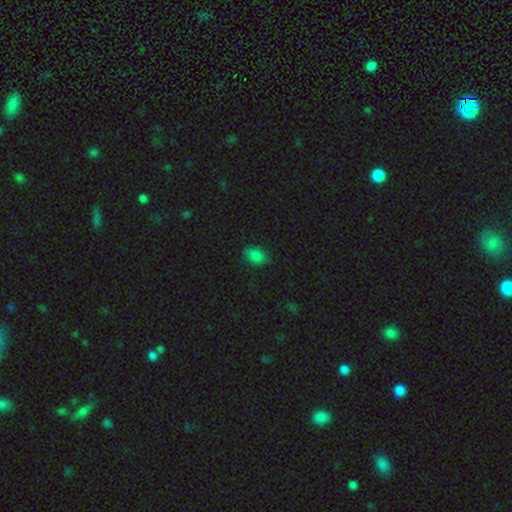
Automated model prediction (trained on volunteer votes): Morphology: type=smooth (83%); roundness=in between (75%); merging=none (82%).